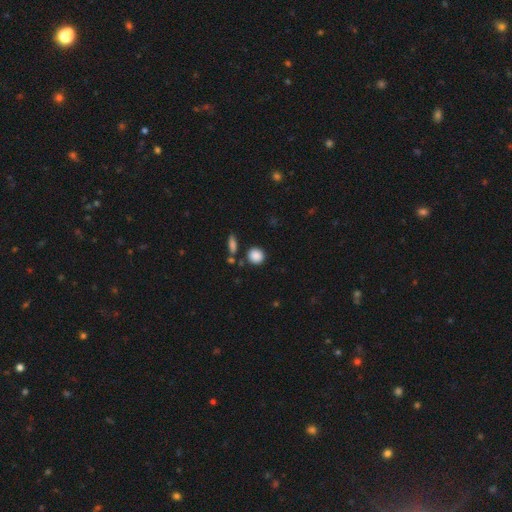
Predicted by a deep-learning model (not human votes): Smooth or featured: smooth — 88% (star or artifact — 8%)
How rounded: round — 82% (in between — 17%)
Merging: none — 81% (minor disturbance — 9%)